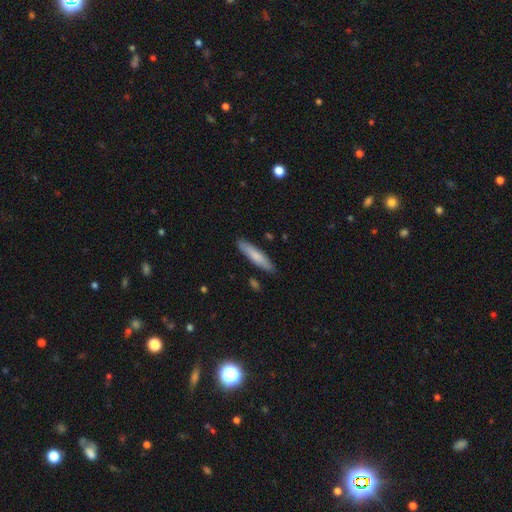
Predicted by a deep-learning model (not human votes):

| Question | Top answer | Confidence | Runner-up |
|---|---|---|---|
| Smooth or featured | smooth | 77% | featured or disk (18%) |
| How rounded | cigar-shaped | 85% | in between (14%) |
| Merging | none | 87% | minor disturbance (9%) |